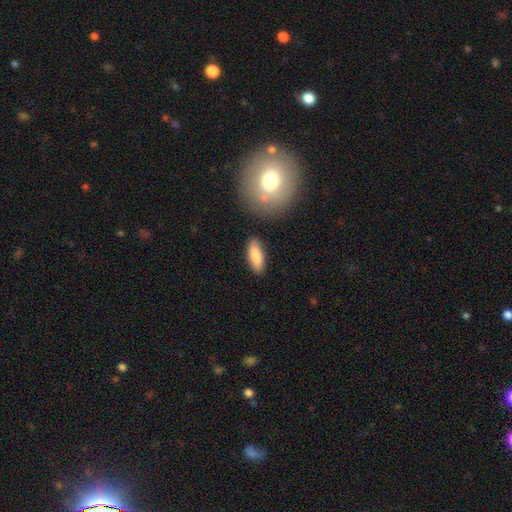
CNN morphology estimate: Smooth or featured: smooth — 85% (featured or disk — 9%)
How rounded: in between — 67% (cigar-shaped — 31%)
Merging: none — 83% (minor disturbance — 11%)